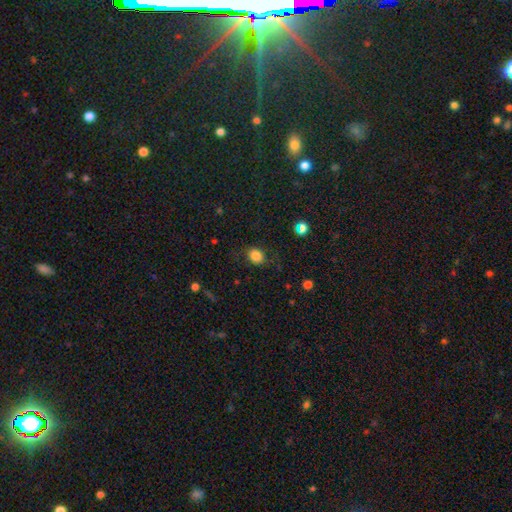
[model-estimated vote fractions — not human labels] The model was most divided on "how rounded": round: 64%, in between: 35%, cigar-shaped: 1%. More confident: smooth or featured — smooth (83%); merging — none (76%).